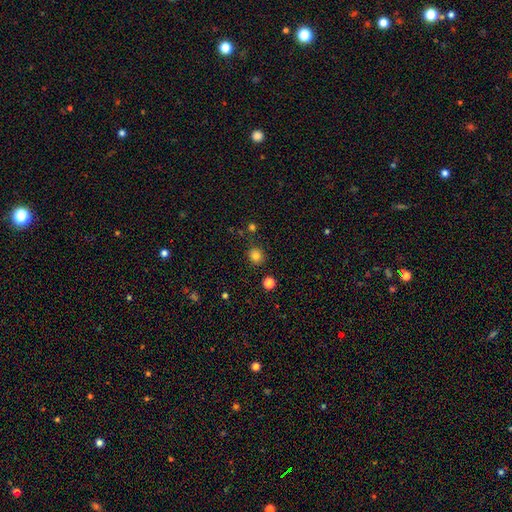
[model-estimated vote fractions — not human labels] Overall: smooth (81%). How rounded: round (87%). Merging: none (87%).